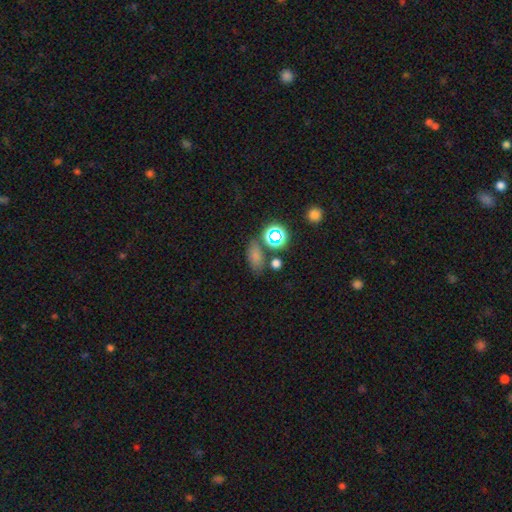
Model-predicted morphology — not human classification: This is likely a smooth galaxy (68%). How rounded: likely in between (79%). Merging: likely none (67%).